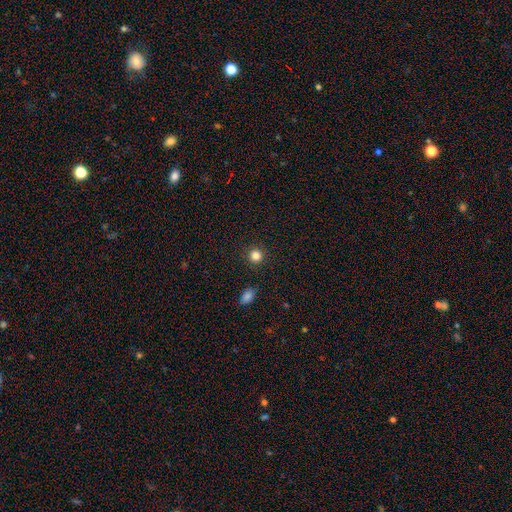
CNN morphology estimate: Smooth or featured?
  - smooth: 84% *
  - star or artifact: 12%
  - featured or disk: 5%
How rounded?
  - round: 93% *
  - in between: 6%
  - cigar-shaped: 1%
Merging?
  - none: 92% *
  - minor disturbance: 5%
  - major disturbance: 2%
  - merger: 1%